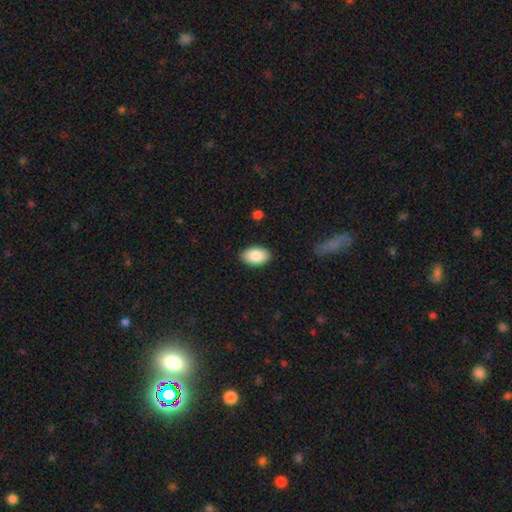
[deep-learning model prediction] The model was most divided on "smooth or featured": smooth: 86%, featured or disk: 7%, star or artifact: 6%. More confident: how rounded — in between (93%); merging — none (89%).